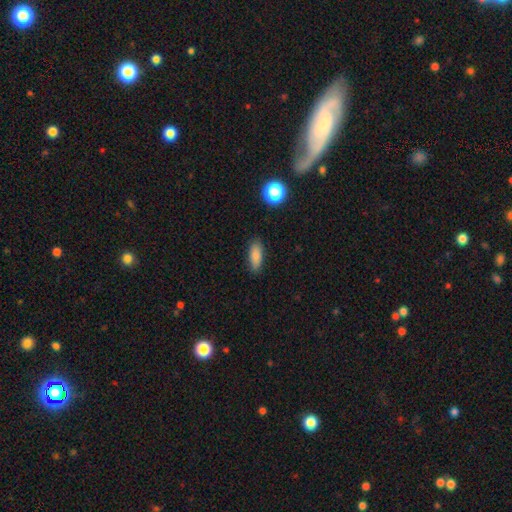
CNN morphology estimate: The model was most divided on "how rounded": in between: 76%, cigar-shaped: 20%, round: 3%. More confident: merging — none (86%); smooth or featured — smooth (82%).